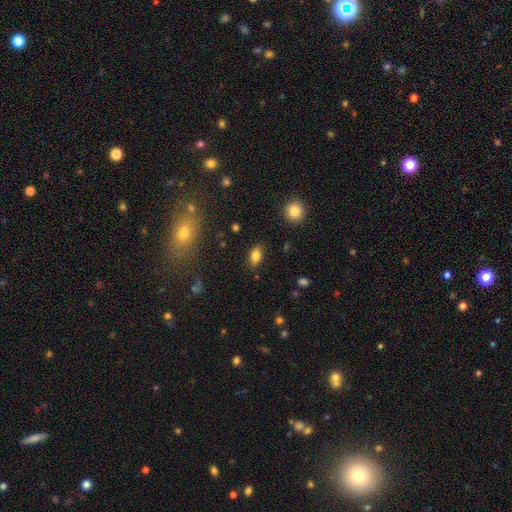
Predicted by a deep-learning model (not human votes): smooth_or_featured: smooth (p=0.82) [alt: star or artifact p=0.09]
how_rounded: in between (p=0.88) [alt: round p=0.07]
merging: none (p=0.85) [alt: minor disturbance p=0.10]